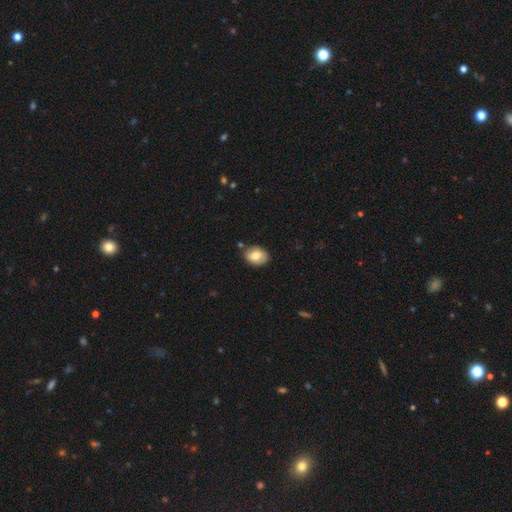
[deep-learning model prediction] smooth 76%, featured or disk 16%, star or artifact 7%. Down the decision tree: how rounded — in between (77%); merging — none (80%).